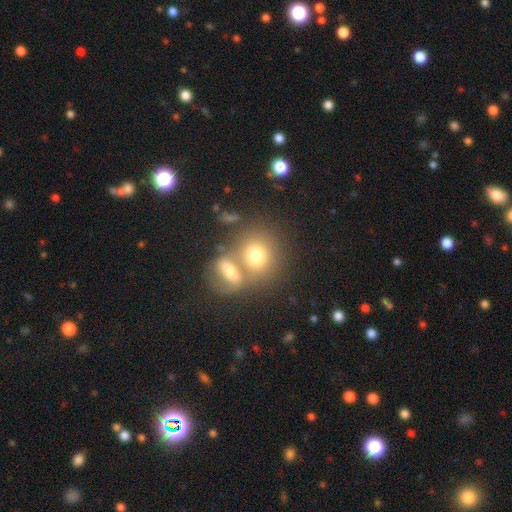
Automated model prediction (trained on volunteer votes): smooth 70%, featured or disk 20%, star or artifact 10%. Down the decision tree: how rounded — round (69%); merging — merger (49%).